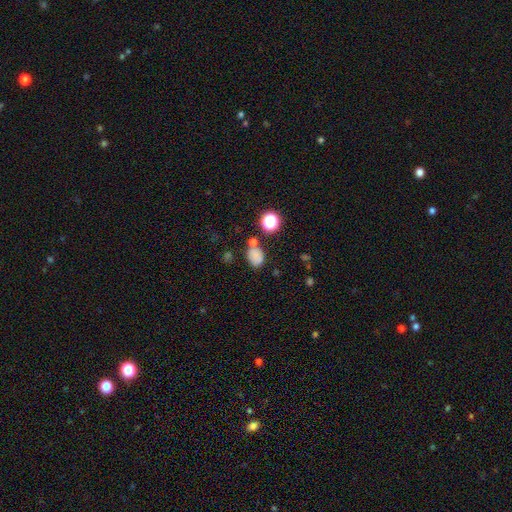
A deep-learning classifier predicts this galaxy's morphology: smooth 76%, star or artifact 17%, featured or disk 7%. Down the decision tree: how rounded — in between (59%); merging — none (61%).